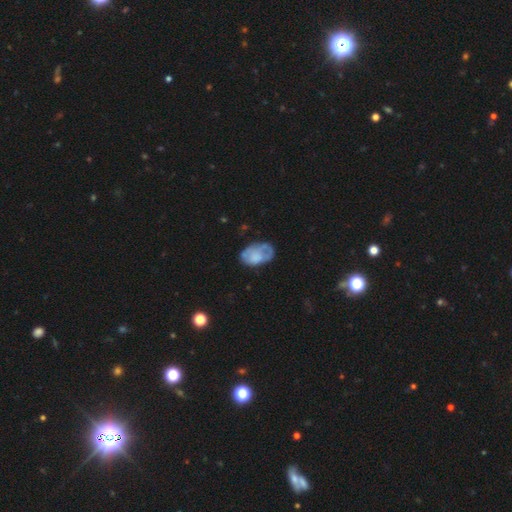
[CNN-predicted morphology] Q: Smooth or featured?
A: smooth (58%); runner-up: featured or disk (35%)
Q: How rounded?
A: in between (91%); runner-up: round (8%)
Q: Merging?
A: none (52%); runner-up: minor disturbance (29%)